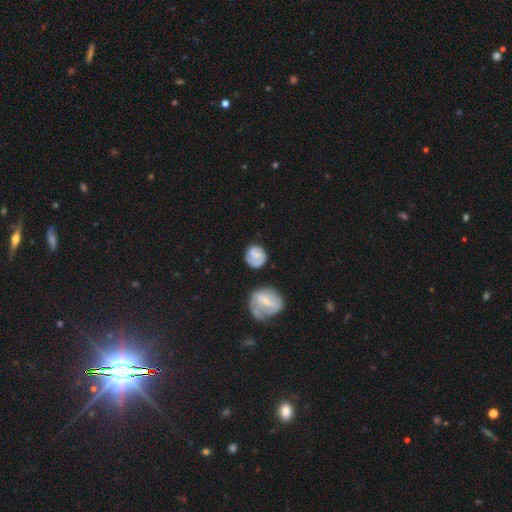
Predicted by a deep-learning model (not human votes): The model was most divided on "smooth or featured": featured or disk: 50%, smooth: 42%, star or artifact: 7%. More confident: edge-on disk — no (97%); merging — none (65%).